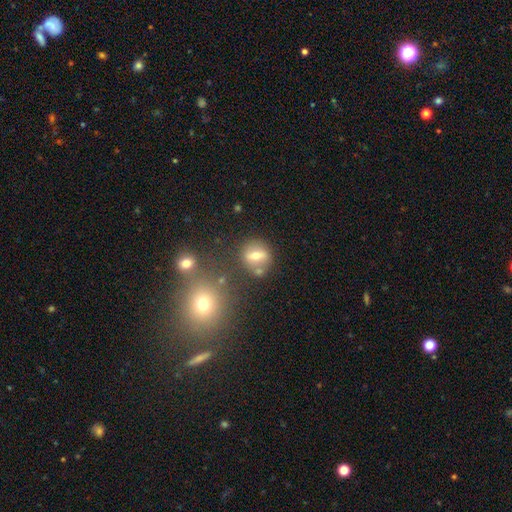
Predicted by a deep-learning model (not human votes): Q: Smooth or featured?
A: smooth (54%); runner-up: featured or disk (33%)
Q: How rounded?
A: round (68%); runner-up: in between (29%)
Q: Merging?
A: none (71%); runner-up: minor disturbance (13%)